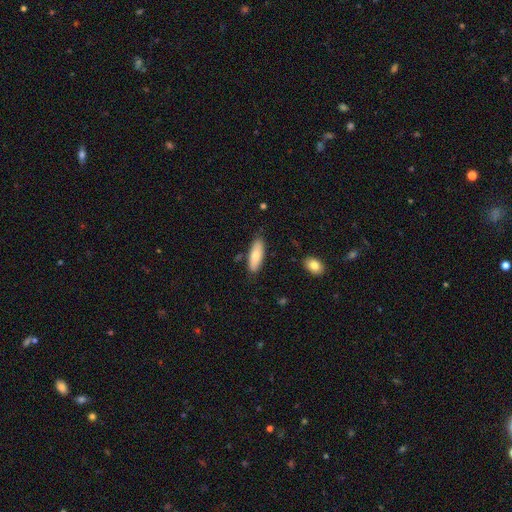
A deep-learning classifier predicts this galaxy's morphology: Smooth or featured?
  - smooth: 73% *
  - featured or disk: 21%
  - star or artifact: 6%
How rounded?
  - in between: 67% *
  - cigar-shaped: 31%
  - round: 2%
Merging?
  - none: 82% *
  - minor disturbance: 13%
  - merger: 3%
  - major disturbance: 2%